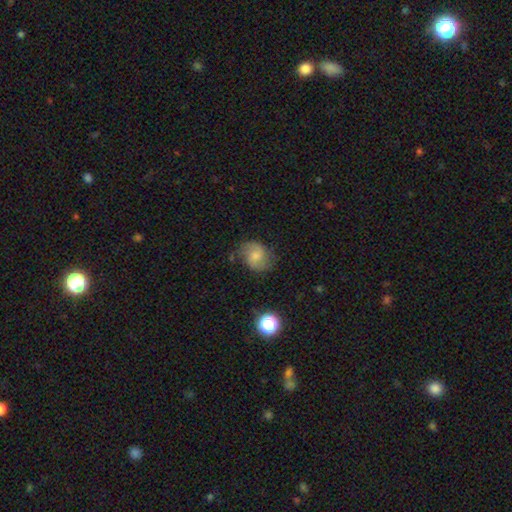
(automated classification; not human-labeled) smooth_or_featured: featured or disk (p=0.46) [alt: smooth p=0.44]
merging: none (p=0.65) [alt: minor disturbance p=0.24]